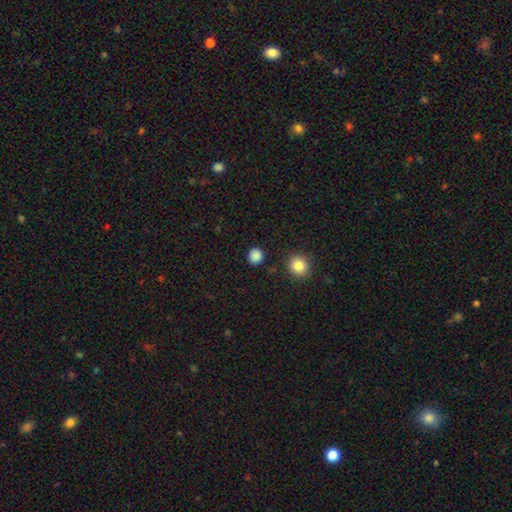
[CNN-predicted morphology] Overall: smooth (86%). How rounded: round (88%). Merging: none (88%).